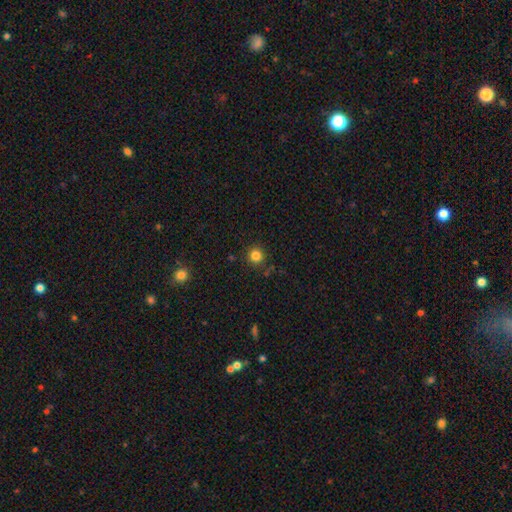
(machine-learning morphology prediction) This is clearly a smooth galaxy (83%). How rounded: clearly round (94%). Merging: clearly none (88%).